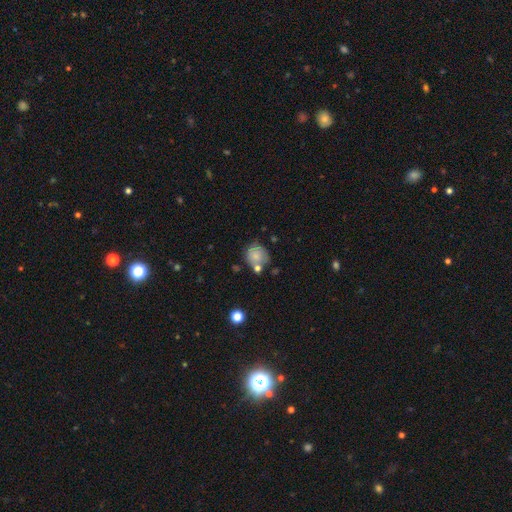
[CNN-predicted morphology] Q: Smooth or featured?
A: smooth (74%); runner-up: featured or disk (16%)
Q: How rounded?
A: round (80%); runner-up: in between (19%)
Q: Merging?
A: none (56%); runner-up: minor disturbance (21%)